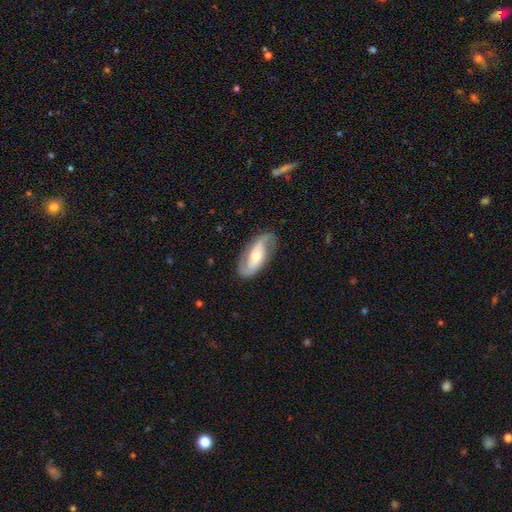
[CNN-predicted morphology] Overall: featured or disk (77%). Edge-on disk: no (93%). Bar: no (43%; weak 33%). Spiral arms: yes (91%). Spiral arm count: 2 (89%). Spiral winding: loose (48%; medium 36%). Bulge size: moderate (56%; small 35%). Merging: none (80%).